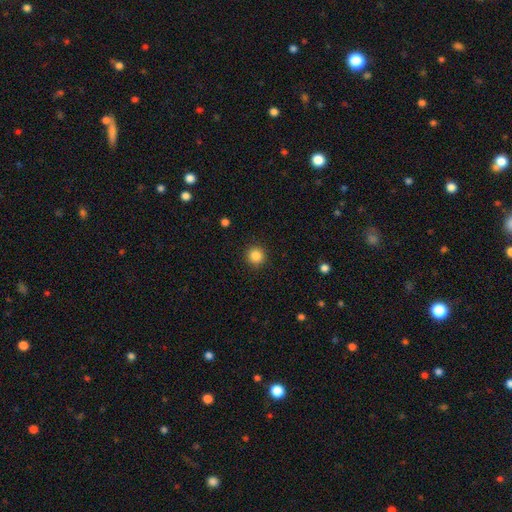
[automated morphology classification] Smooth or featured? Predicted: smooth (p=0.85). How rounded? Predicted: round (p=0.94). Merging? Predicted: none (p=0.92).